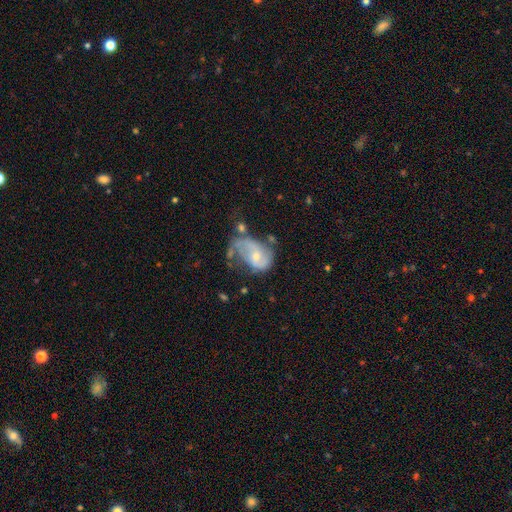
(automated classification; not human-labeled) smooth-or-featured: featured or disk: 68% | smooth: 25% | star or artifact: 7%
  disk-edge-on: no: 97% | yes: 3%
    bar: no: 57% | weak: 35% | strong: 8%
    has-spiral-arms: yes: 80% | no: 20%
      spiral-winding: loose: 43% | medium: 39% | tight: 18%
      spiral-arm-count: 2: 57% | 1: 24% | can't tell: 15% | 3: 2% | 4: 1% | more than 4: 1%
    bulge-size: small: 55% | moderate: 39% | none: 3% | large: 2% | dominant: 1%
  merging: major disturbance: 37% | none: 26% | minor disturbance: 25% | merger: 12%